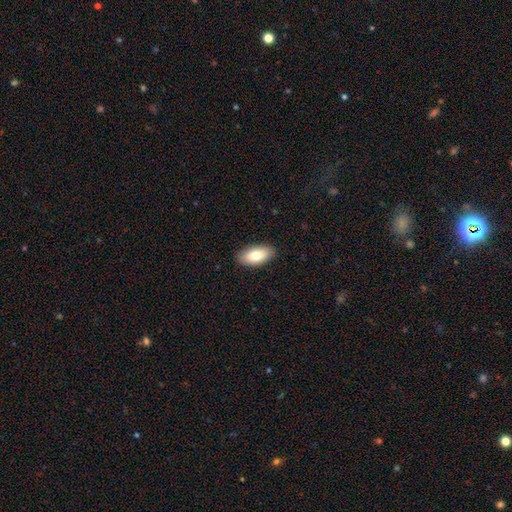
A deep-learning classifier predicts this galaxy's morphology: A smooth galaxy with no disk features (79%) that is in between round and cigar-shaped (92%). Merging: none (88%).